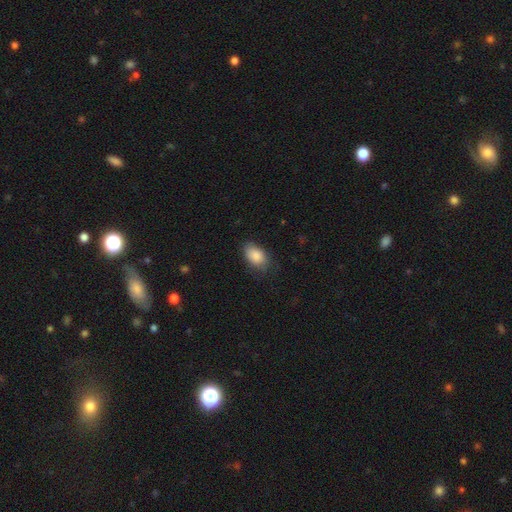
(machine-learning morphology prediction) Smooth or featured?
  - smooth: 86% *
  - featured or disk: 7%
  - star or artifact: 7%
How rounded?
  - in between: 91% *
  - round: 8%
  - cigar-shaped: 2%
Merging?
  - none: 72% *
  - minor disturbance: 21%
  - major disturbance: 5%
  - merger: 1%